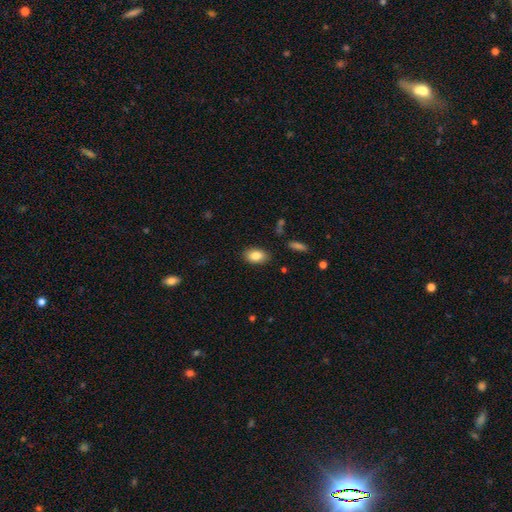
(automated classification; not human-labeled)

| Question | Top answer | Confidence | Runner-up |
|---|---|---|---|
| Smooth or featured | smooth | 85% | star or artifact (8%) |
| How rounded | in between | 86% | round (12%) |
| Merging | none | 85% | minor disturbance (10%) |